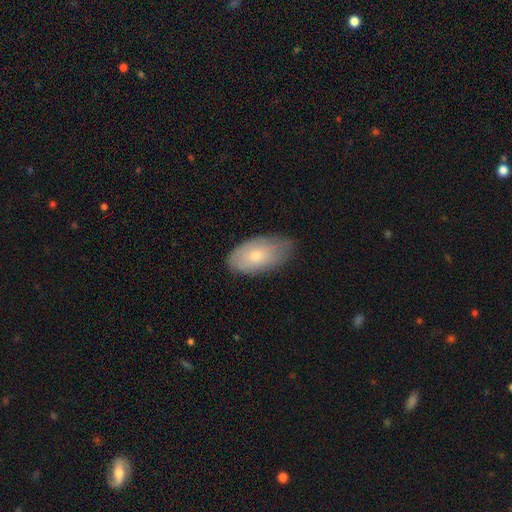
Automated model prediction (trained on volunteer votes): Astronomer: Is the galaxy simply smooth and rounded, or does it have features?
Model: smooth — 69%.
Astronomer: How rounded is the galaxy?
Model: in between — 94%.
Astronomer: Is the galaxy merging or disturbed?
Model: none — 68%.